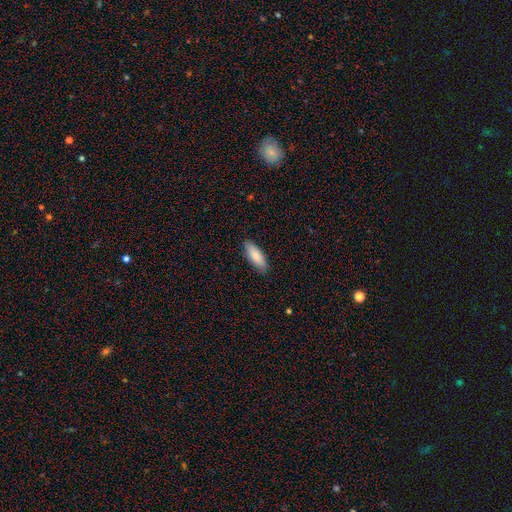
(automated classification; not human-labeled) A smooth galaxy with no disk features (86%) that is in between round and cigar-shaped (68%).

Vote fractions:
- Smooth or featured? smooth: 86% / featured or disk: 8% / star or artifact: 6%
- How rounded? in between: 68% / cigar-shaped: 31% / round: 2%
- Merging? none: 86% / minor disturbance: 11% / major disturbance: 2% / merger: 1%